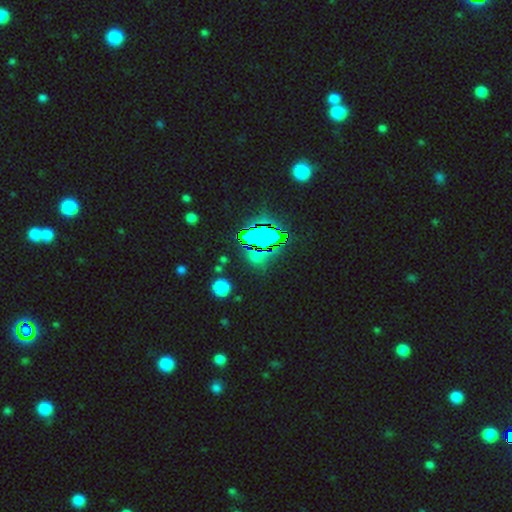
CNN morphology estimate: type=star or artifact (59%).